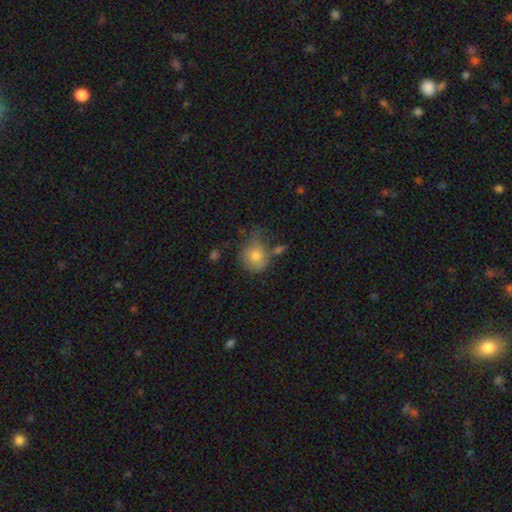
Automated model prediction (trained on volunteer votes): Smooth or featured? smooth (74%)
How rounded? round (68%)
Merging? none (42%)